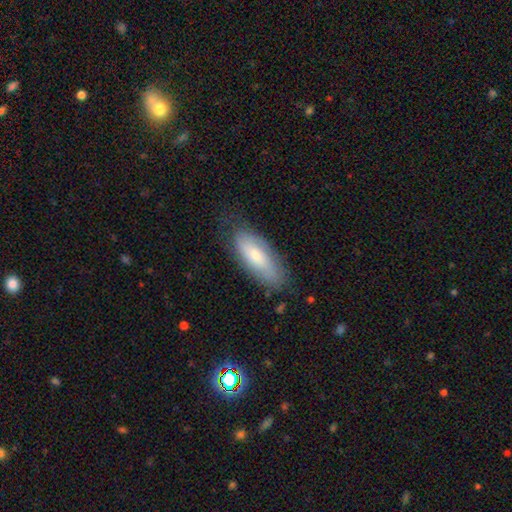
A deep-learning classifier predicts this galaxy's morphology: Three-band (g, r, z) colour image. It shows a smooth galaxy with no disk features (59%) that is in between round and cigar-shaped (79%). Merging: none (70%).